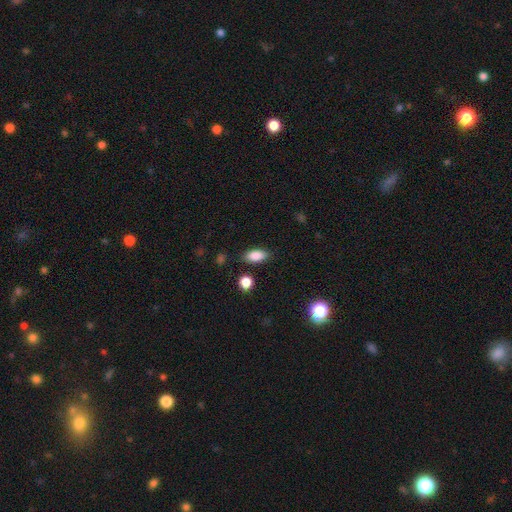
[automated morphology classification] This is clearly a smooth galaxy (86%). How rounded: clearly in between (87%). Merging: clearly none (83%).